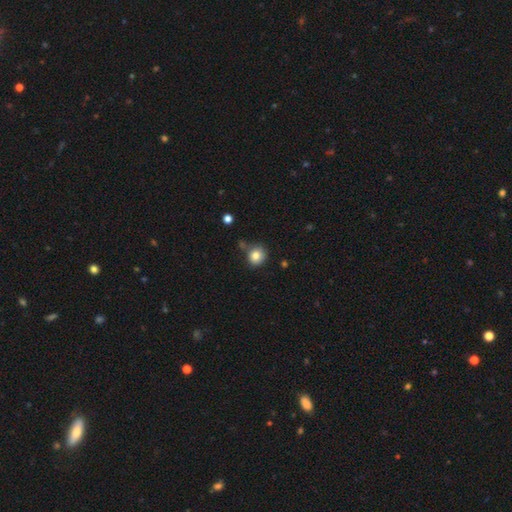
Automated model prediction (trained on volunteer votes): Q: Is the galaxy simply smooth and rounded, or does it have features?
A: smooth — 82%.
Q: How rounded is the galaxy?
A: round — 87%.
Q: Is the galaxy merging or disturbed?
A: none — 74%.